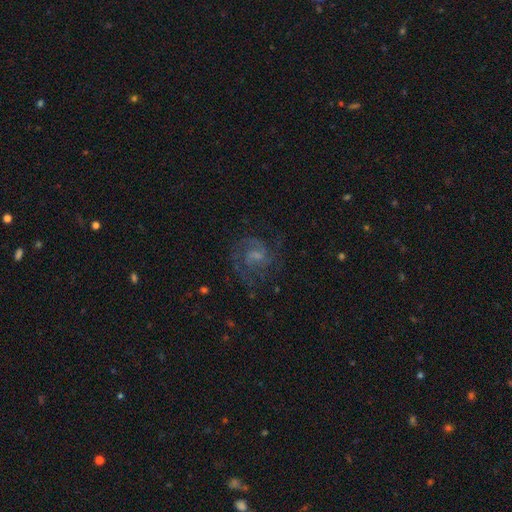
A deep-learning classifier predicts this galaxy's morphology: Smooth or featured? featured or disk (77%)
Edge-on disk? no (98%)
Bar? weak (51%)
Spiral arms? yes (92%)
Spiral winding? medium (51%)
Spiral arm count? 2 (51%)
Bulge size? small (43%)
Merging? none (64%)